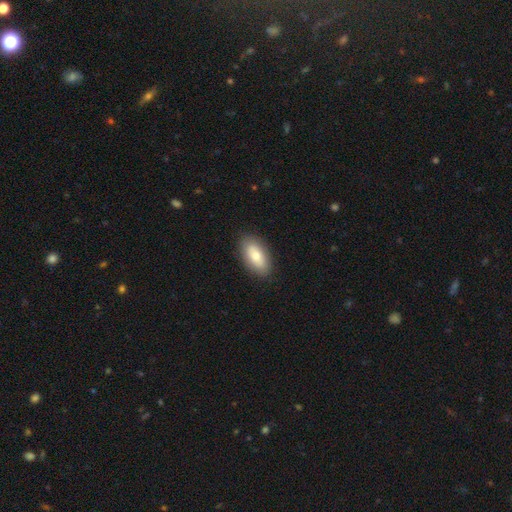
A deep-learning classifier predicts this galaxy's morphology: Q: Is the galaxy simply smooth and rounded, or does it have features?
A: smooth — 74%.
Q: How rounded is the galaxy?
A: in between — 92%.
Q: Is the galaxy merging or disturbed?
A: none — 88%.